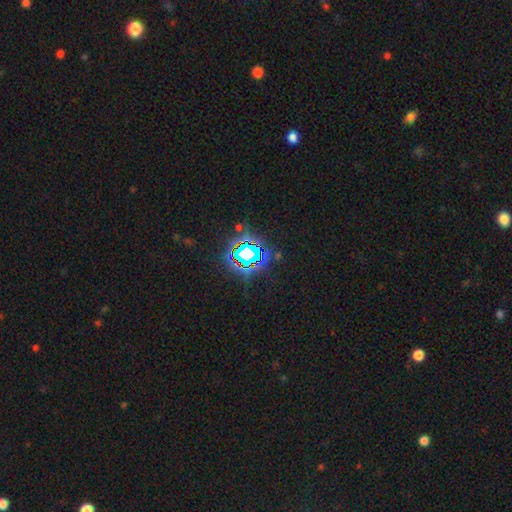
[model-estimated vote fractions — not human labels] Smooth or featured: star or artifact — 77% (smooth — 13%)